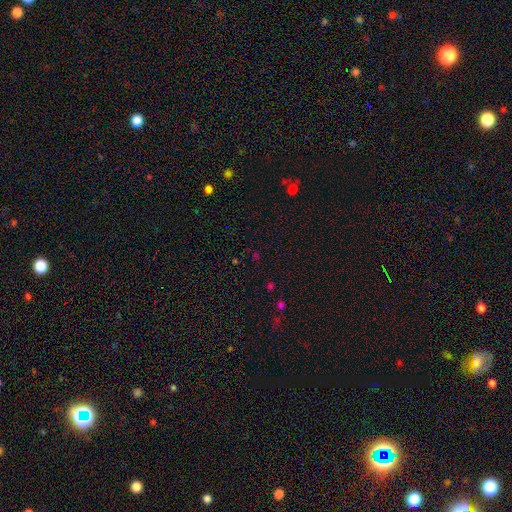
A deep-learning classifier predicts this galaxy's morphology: Smooth or featured: star or artifact — 60% (smooth — 33%)